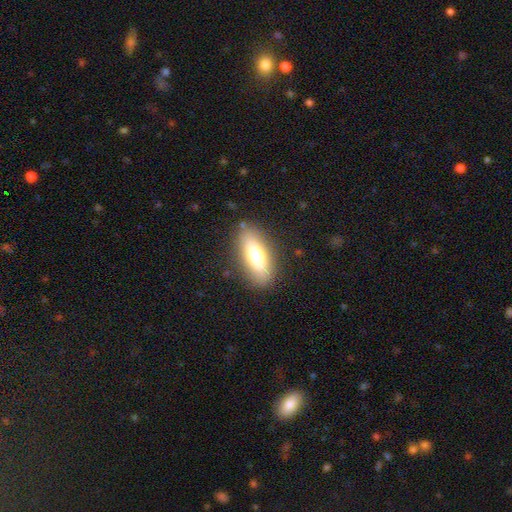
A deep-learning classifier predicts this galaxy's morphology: type=smooth (67%); roundness=in between (70%); merging=none (84%).